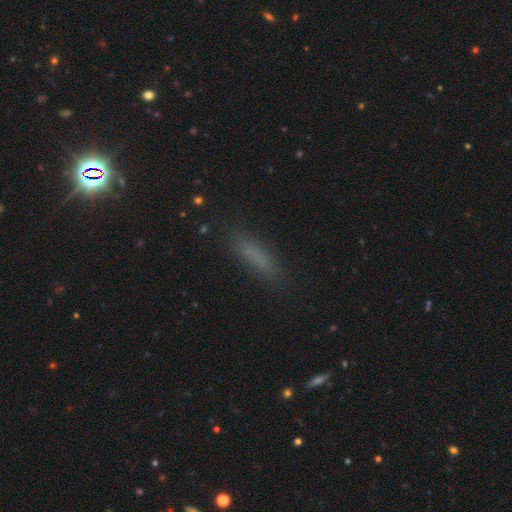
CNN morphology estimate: This is likely a smooth galaxy (72%). How rounded: likely cigar-shaped (74%). Merging: clearly none (85%).